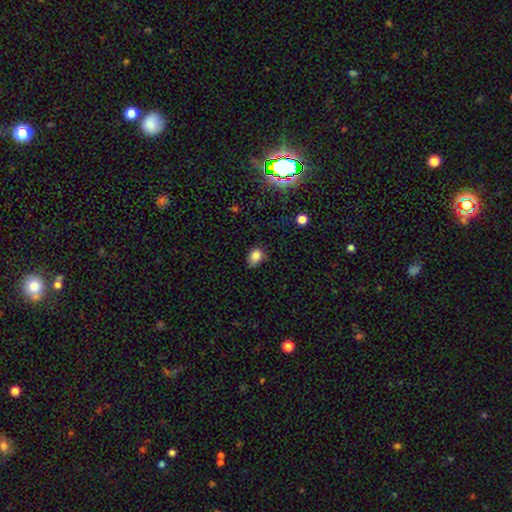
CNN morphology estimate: The model was most divided on "how rounded": in between: 61%, round: 38%, cigar-shaped: 1%. More confident: smooth or featured — smooth (83%); merging — none (58%).